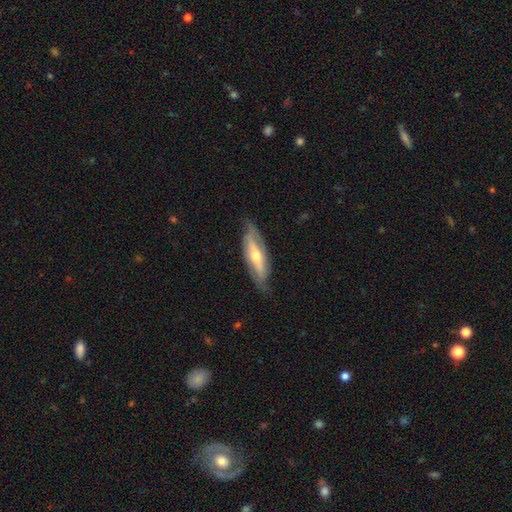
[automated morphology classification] This is likely a featured or disk galaxy (70%). It is likely not viewed edge-on (62%). Merging: likely none (76%).